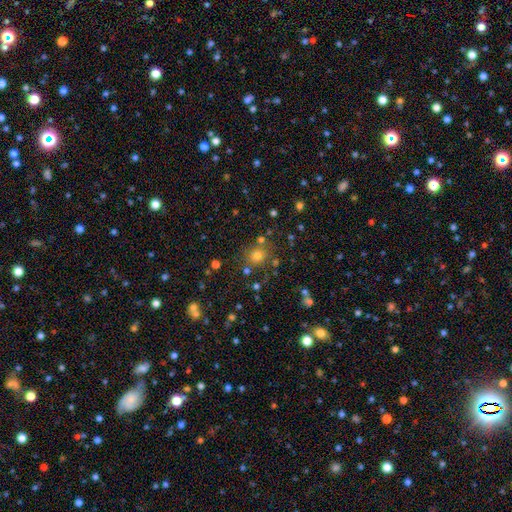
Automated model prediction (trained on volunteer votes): The model was most divided on "smooth or featured": smooth: 65%, star or artifact: 27%, featured or disk: 8%. More confident: how rounded — round (85%); merging — none (80%).